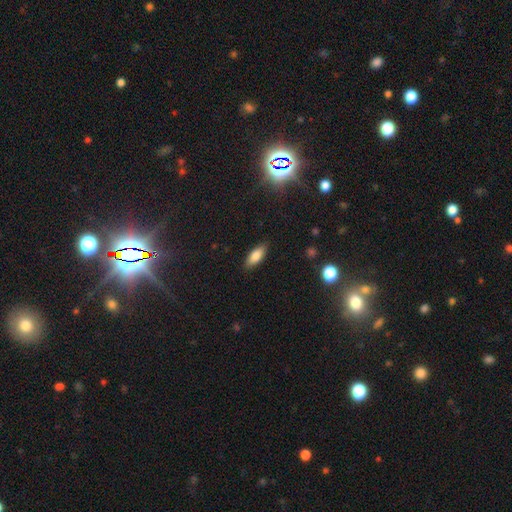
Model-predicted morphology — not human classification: Q: Smooth or featured?
A: smooth (82%); runner-up: featured or disk (10%)
Q: How rounded?
A: in between (78%); runner-up: cigar-shaped (19%)
Q: Merging?
A: none (87%); runner-up: minor disturbance (9%)